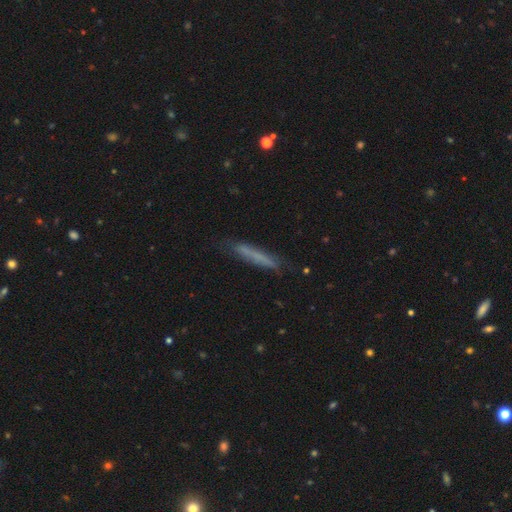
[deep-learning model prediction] The model was most divided on "smooth or featured": smooth: 66%, featured or disk: 25%, star or artifact: 9%. More confident: how rounded — cigar-shaped (93%); merging — none (79%).